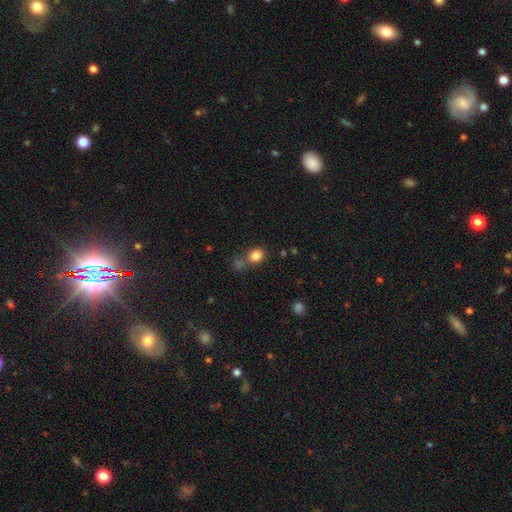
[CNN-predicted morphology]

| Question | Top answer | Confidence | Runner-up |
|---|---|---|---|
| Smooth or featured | smooth | 83% | star or artifact (12%) |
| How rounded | round | 69% | in between (30%) |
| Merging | none | 61% | merger (23%) |